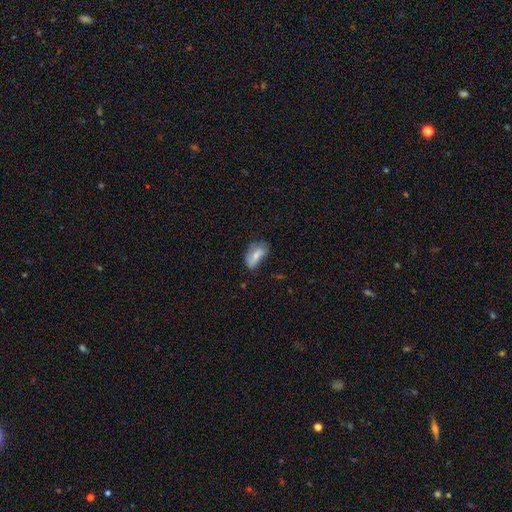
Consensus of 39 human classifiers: featured or disk 54%, smooth 41%, star or artifact 5%. Down the decision tree: edge-on disk — no (95%); bar — weak (40%); spiral arms — yes (50%, tied with no); spiral arm count — 2 (80%); spiral winding — loose (70%); bulge size — moderate (40%, tied with small); merging — minor disturbance (43%).